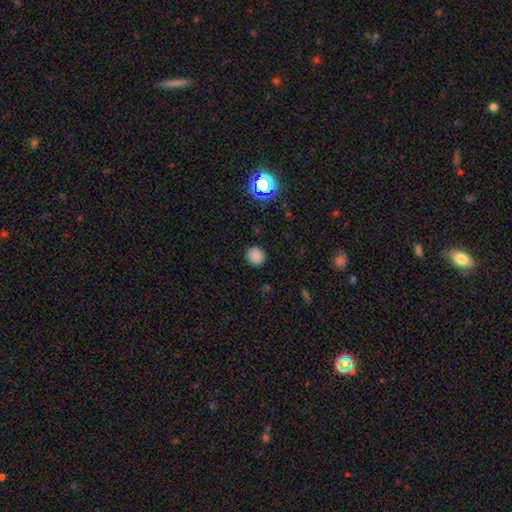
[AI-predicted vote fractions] Smooth or featured? smooth (83%)
How rounded? round (90%)
Merging? none (89%)